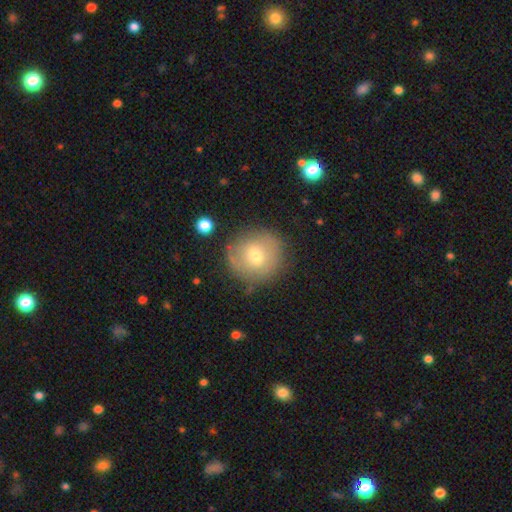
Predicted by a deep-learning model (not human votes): This is likely a smooth galaxy (62%). How rounded: clearly round (93%). Merging: likely none (79%).